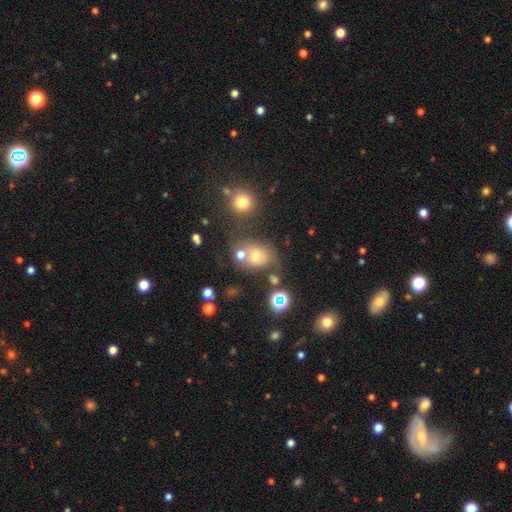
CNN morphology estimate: This appears to be a smooth galaxy with no disk features (48%). Merging: none (52%).